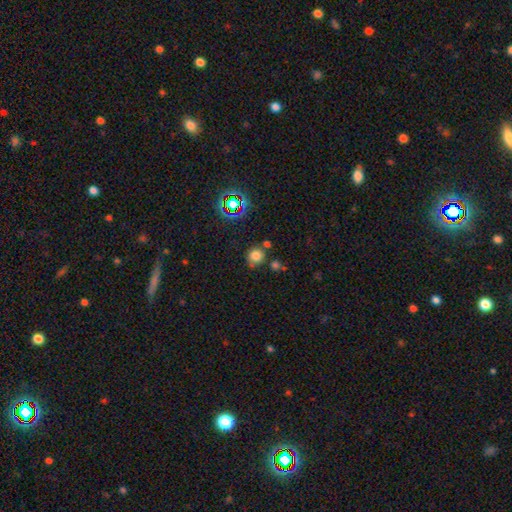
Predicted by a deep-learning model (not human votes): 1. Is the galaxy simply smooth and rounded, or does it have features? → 74% smooth, 19% star or artifact, 7% featured or disk.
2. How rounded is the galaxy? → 89% round, 10% in between, 1% cigar-shaped.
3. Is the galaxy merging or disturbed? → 74% none, 11% merger, 11% minor disturbance, 4% major disturbance.